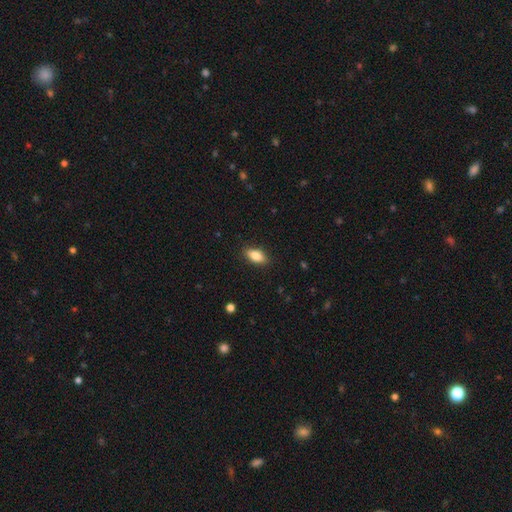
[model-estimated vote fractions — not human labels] Smooth or featured? smooth (81%)
How rounded? in between (86%)
Merging? none (88%)